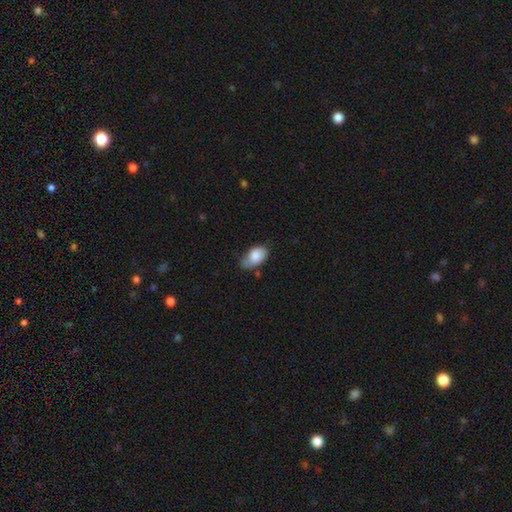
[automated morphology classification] smooth 80%, featured or disk 13%, star or artifact 7%. Down the decision tree: how rounded — in between (92%); merging — none (45%).